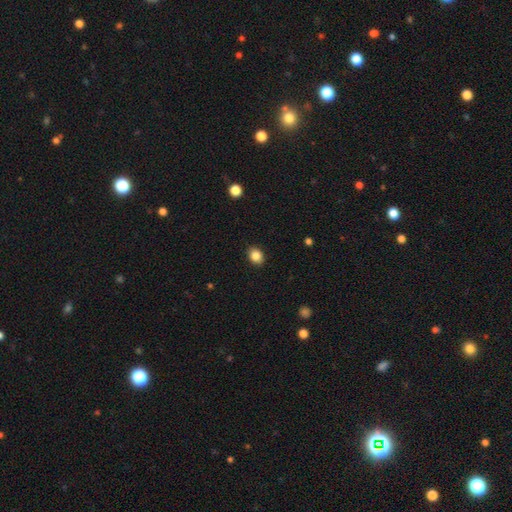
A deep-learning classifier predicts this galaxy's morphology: Smooth or featured? smooth (86%)
How rounded? in between (55%)
Merging? none (90%)